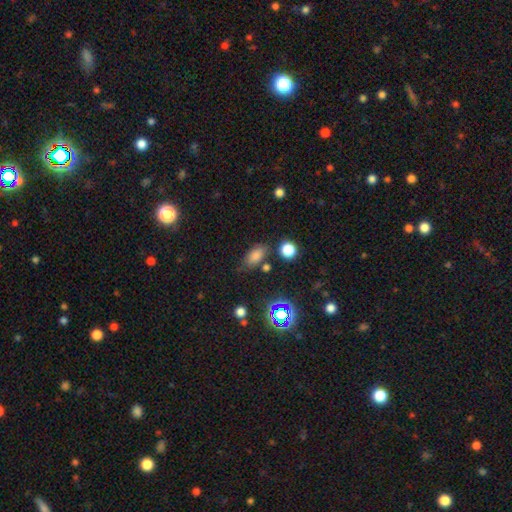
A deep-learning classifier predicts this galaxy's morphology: smooth-or-featured: smooth: 75% | star or artifact: 17% | featured or disk: 8%
  how-rounded: in between: 84% | round: 10% | cigar-shaped: 6%
  merging: none: 72% | minor disturbance: 16% | merger: 7% | major disturbance: 5%